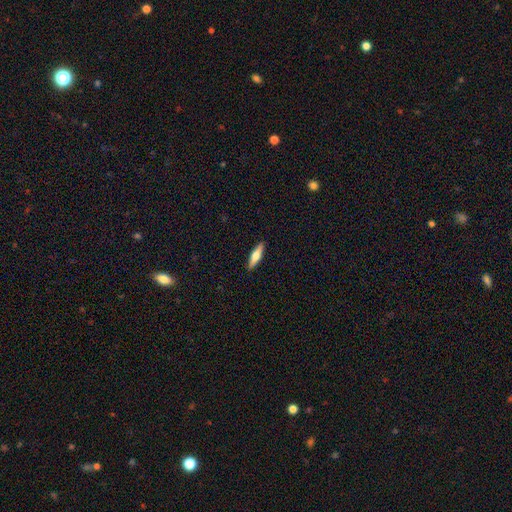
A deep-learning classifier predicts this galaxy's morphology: smooth-or-featured: smooth: 58% | featured or disk: 36% | star or artifact: 6%
  how-rounded: cigar-shaped: 66% | in between: 32% | round: 2%
  merging: none: 91% | minor disturbance: 7% | major disturbance: 2% | merger: 1%